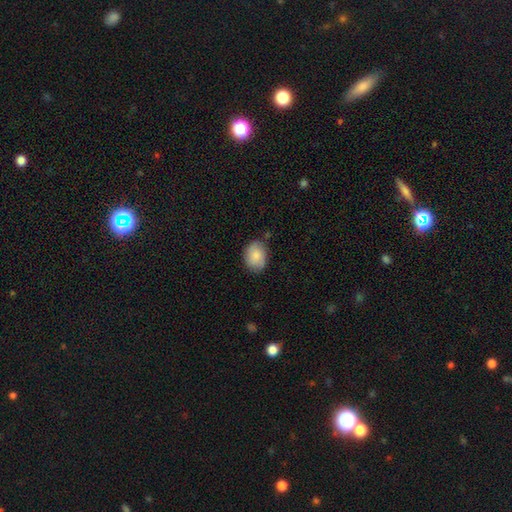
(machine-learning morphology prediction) Smooth or featured? smooth (82%)
How rounded? in between (61%)
Merging? none (75%)